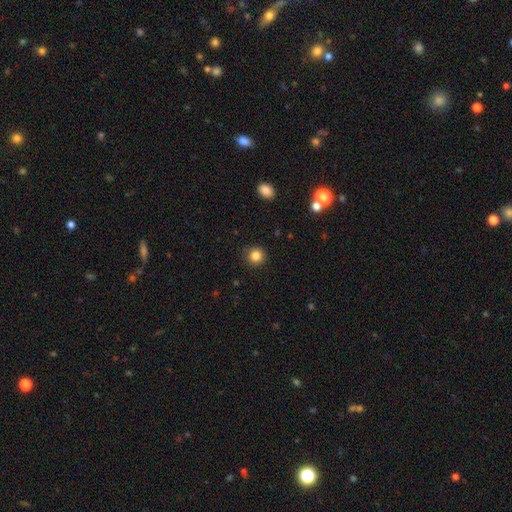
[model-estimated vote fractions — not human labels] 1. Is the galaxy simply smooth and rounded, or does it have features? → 84% smooth, 12% star or artifact, 5% featured or disk.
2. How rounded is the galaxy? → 93% round, 6% in between, 1% cigar-shaped.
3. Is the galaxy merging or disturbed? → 90% none, 6% minor disturbance, 2% major disturbance, 1% merger.